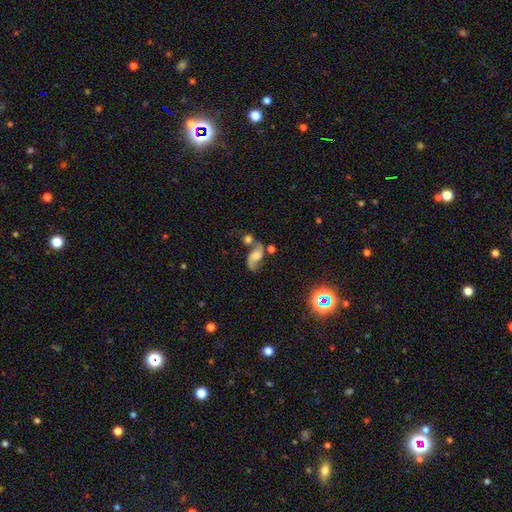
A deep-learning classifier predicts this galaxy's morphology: Smooth or featured?
  - featured or disk: 73% *
  - smooth: 17%
  - star or artifact: 10%
Edge-on disk?
  - no: 96% *
  - yes: 4%
Bar?
  - no: 61% *
  - weak: 31%
  - strong: 8%
Spiral arms?
  - yes: 92% *
  - no: 8%
Spiral winding?
  - loose: 68% *
  - medium: 26%
  - tight: 6%
Spiral arm count?
  - 2: 89% *
  - 1: 5%
  - can't tell: 3%
  - 3: 1%
  - 4: 1%
  - more than 4: 1%
Bulge size?
  - moderate: 29% *
  - none: 26%
  - large: 22%
  - small: 20%
  - dominant: 4%
Merging?
  - none: 40% *
  - merger: 34%
  - minor disturbance: 15%
  - major disturbance: 12%